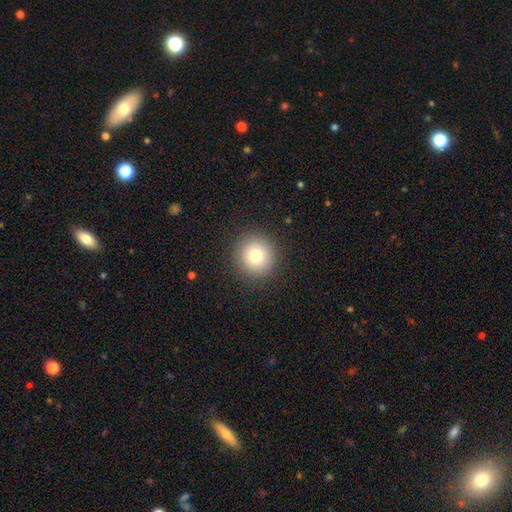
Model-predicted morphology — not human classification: Smooth or featured?
  - smooth: 79% *
  - star or artifact: 11%
  - featured or disk: 10%
How rounded?
  - round: 94% *
  - in between: 5%
  - cigar-shaped: 1%
Merging?
  - none: 91% *
  - minor disturbance: 6%
  - major disturbance: 2%
  - merger: 1%